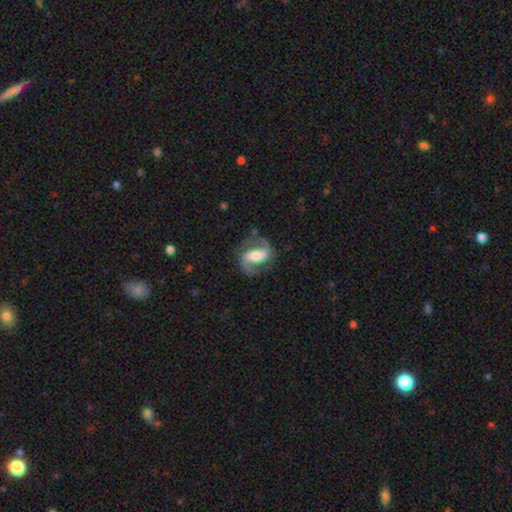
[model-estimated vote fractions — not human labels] A featured or disk galaxy (86%) with a strong bar (53%), 2 (92%) medium (55%) spiral arms (95%) and a moderate central bulge (52%). Merging: none (77%).